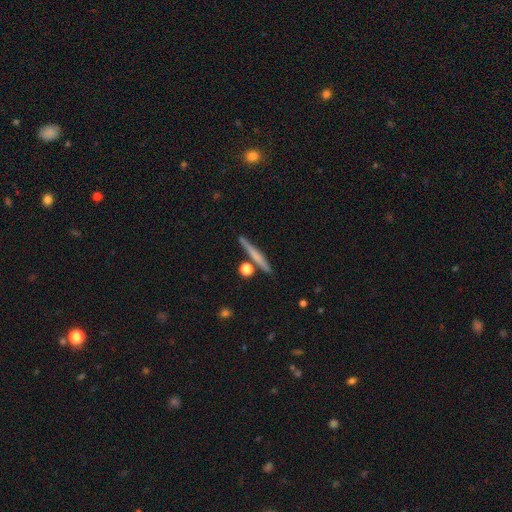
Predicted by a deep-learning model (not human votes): Smooth or featured: smooth — 51% (featured or disk — 42%)
How rounded: cigar-shaped — 93% (in between — 4%)
Merging: none — 85% (minor disturbance — 7%)